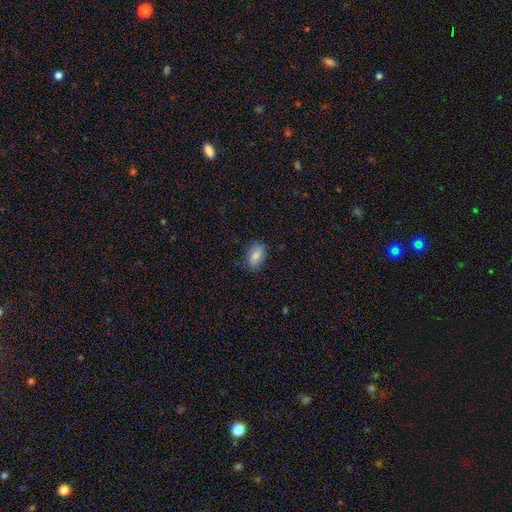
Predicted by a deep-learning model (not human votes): smooth-or-featured: smooth: 79% | featured or disk: 13% | star or artifact: 8%
  how-rounded: in between: 89% | round: 8% | cigar-shaped: 3%
  merging: none: 80% | minor disturbance: 16% | major disturbance: 3% | merger: 1%